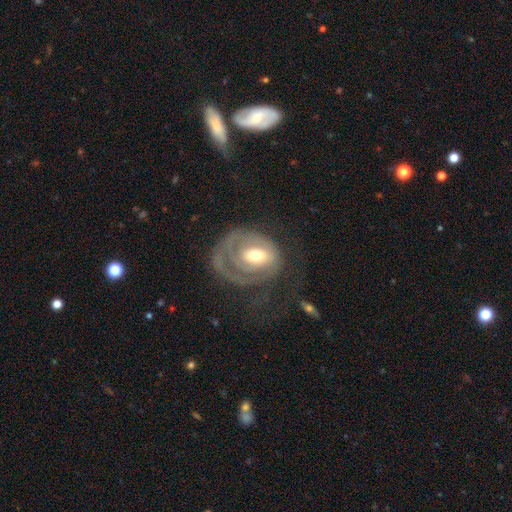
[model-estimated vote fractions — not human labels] Smooth or featured?
  - featured or disk: 70% *
  - smooth: 24%
  - star or artifact: 6%
Edge-on disk?
  - no: 96% *
  - yes: 4%
Bar?
  - no: 51% *
  - weak: 37%
  - strong: 12%
Spiral arms?
  - yes: 75% *
  - no: 25%
Spiral winding?
  - tight: 57% *
  - medium: 27%
  - loose: 16%
Spiral arm count?
  - 1: 51% *
  - can't tell: 24%
  - 2: 18%
  - 3: 4%
  - 4: 2%
  - more than 4: 2%
Bulge size?
  - moderate: 64% *
  - small: 22%
  - large: 11%
  - dominant: 1%
  - none: 1%
Merging?
  - major disturbance: 40% *
  - none: 38%
  - minor disturbance: 20%
  - merger: 2%